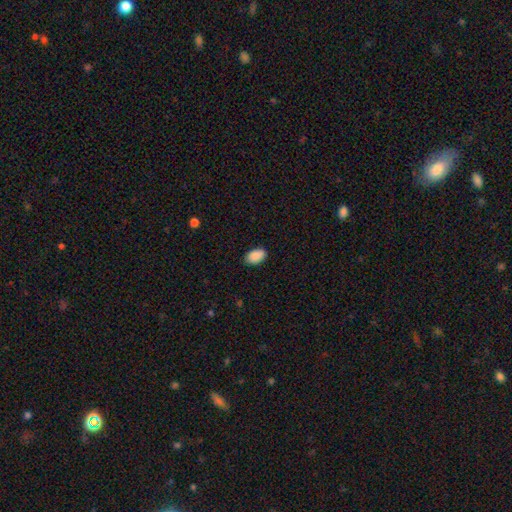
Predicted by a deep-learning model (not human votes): This is clearly a smooth galaxy (90%). How rounded: clearly in between (93%). Merging: clearly none (87%).